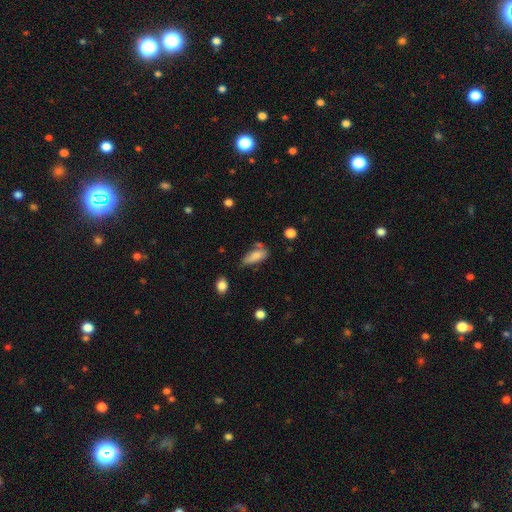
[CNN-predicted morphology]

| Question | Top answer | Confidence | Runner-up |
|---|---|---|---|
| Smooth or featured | smooth | 78% | featured or disk (14%) |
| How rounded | in between | 78% | cigar-shaped (19%) |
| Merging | none | 45% | minor disturbance (31%) |